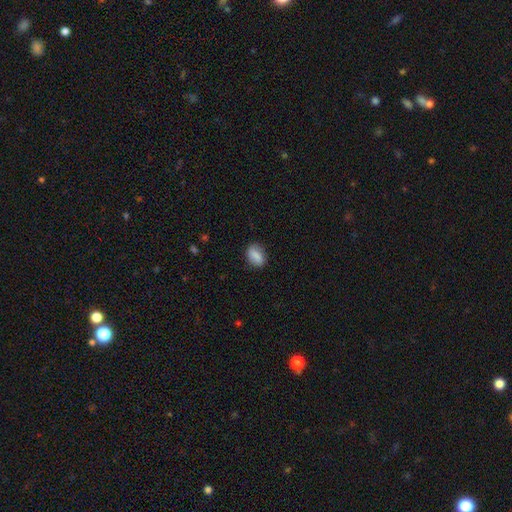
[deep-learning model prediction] Smooth or featured? Predicted: smooth (p=0.84). How rounded? Predicted: in between (p=0.81). Merging? Predicted: none (p=0.80).